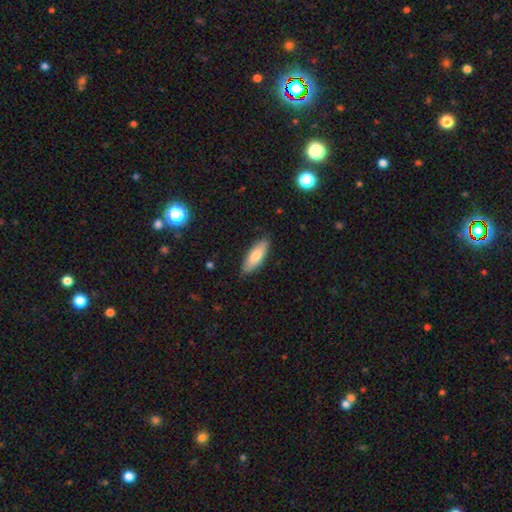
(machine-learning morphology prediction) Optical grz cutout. It shows a smooth galaxy with no disk features (75%) that is in between round and cigar-shaped (59%). Merging: none (86%).